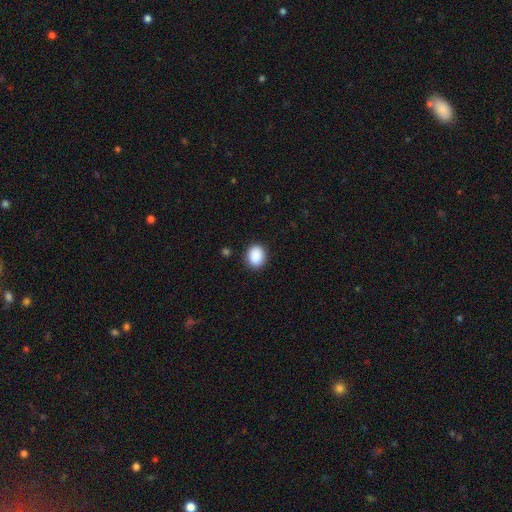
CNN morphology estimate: smooth-or-featured: smooth: 90% | star or artifact: 8% | featured or disk: 2%
  how-rounded: round: 51% | in between: 48% | cigar-shaped: 1%
  merging: none: 89% | minor disturbance: 8% | major disturbance: 2% | merger: 1%